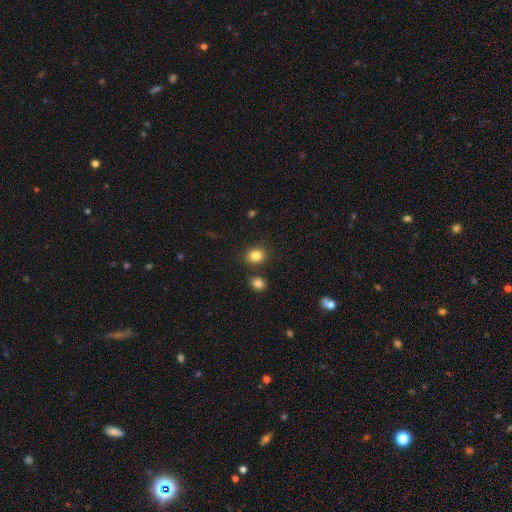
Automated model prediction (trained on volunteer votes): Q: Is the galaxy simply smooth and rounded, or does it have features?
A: smooth — 84%.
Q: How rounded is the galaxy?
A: round — 62%.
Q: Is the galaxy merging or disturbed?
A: none — 81%.